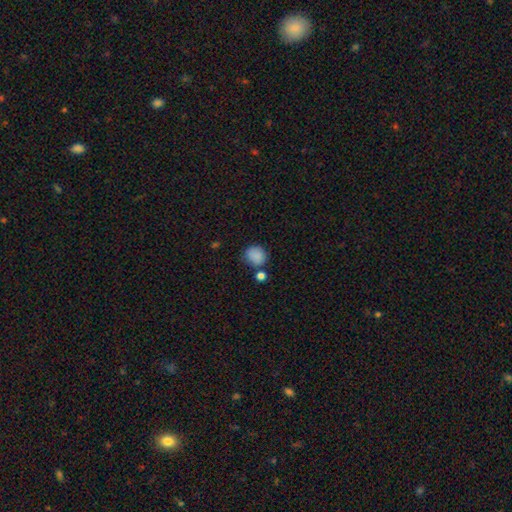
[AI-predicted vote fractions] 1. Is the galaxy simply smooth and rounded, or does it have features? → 86% smooth, 10% star or artifact, 4% featured or disk.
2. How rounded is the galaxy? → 75% round, 24% in between, 1% cigar-shaped.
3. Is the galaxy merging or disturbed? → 68% none, 16% minor disturbance, 12% merger, 5% major disturbance.